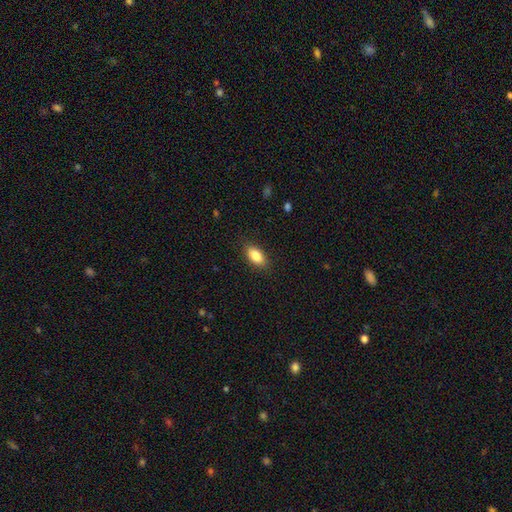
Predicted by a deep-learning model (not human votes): The model was most divided on "merging": none: 87%, minor disturbance: 9%, major disturbance: 2%, merger: 1%. More confident: how rounded — in between (91%); smooth or featured — smooth (86%).